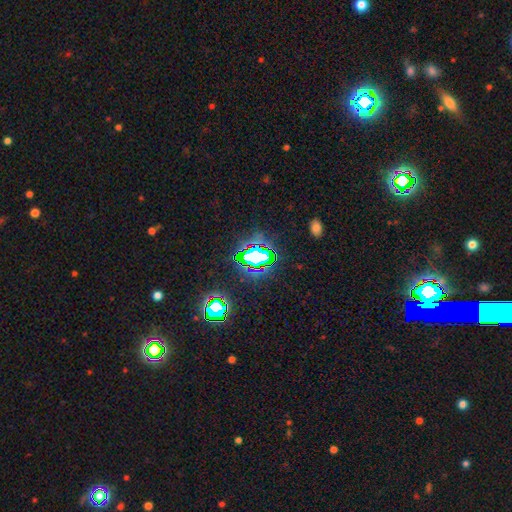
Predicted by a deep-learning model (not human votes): This is likely a star or artifact rather than a galaxy (64%).